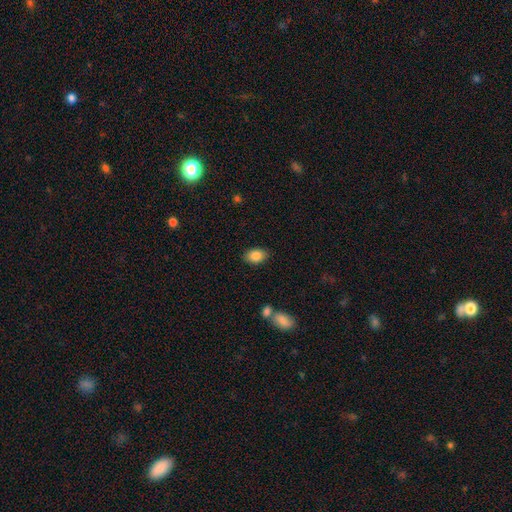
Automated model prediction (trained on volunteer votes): Smooth or featured? smooth (86%)
How rounded? in between (84%)
Merging? none (84%)